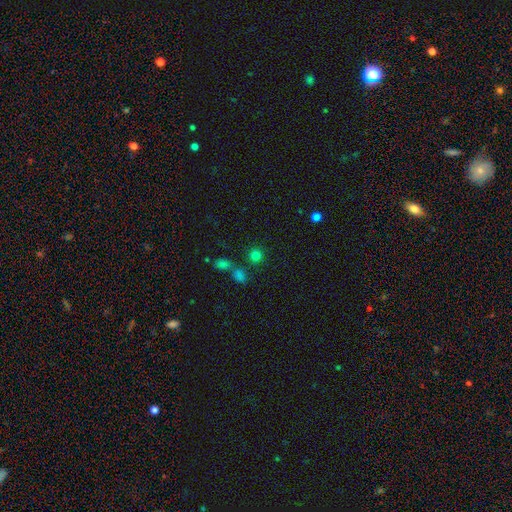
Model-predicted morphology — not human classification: This is likely a smooth galaxy (77%). How rounded: clearly round (90%). Merging: likely none (75%).